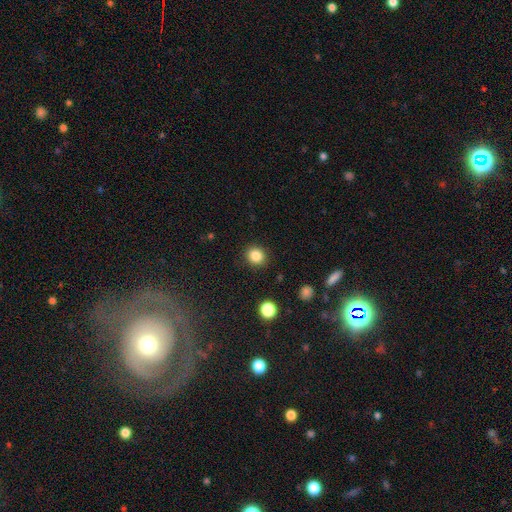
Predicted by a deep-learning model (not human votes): This appears to be a smooth galaxy with no disk features (85%) that is round (85%). Merging: none (90%).